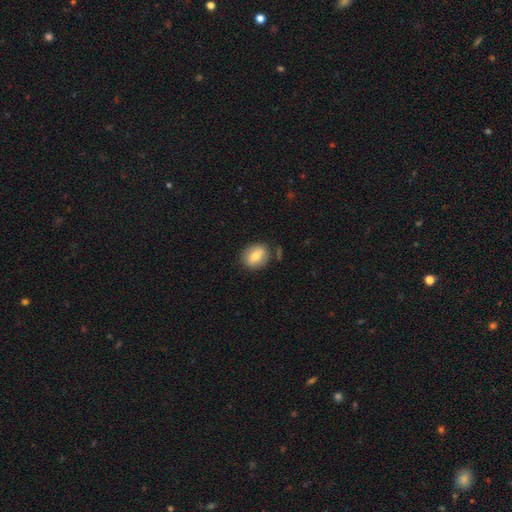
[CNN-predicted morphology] Smooth or featured: smooth — 67% (featured or disk — 25%)
How rounded: round — 54% (in between — 44%)
Merging: none — 80% (minor disturbance — 13%)